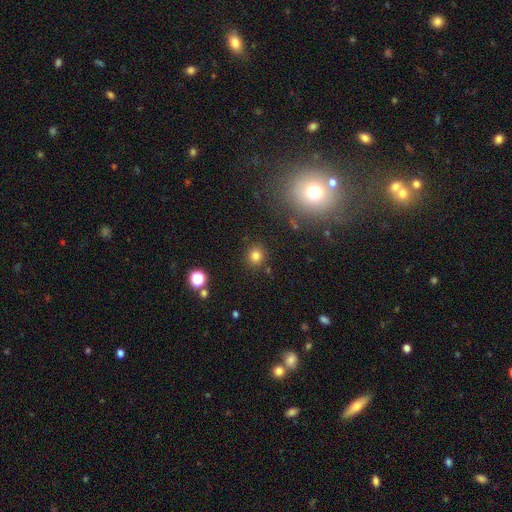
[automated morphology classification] Smooth or featured? smooth (79%)
How rounded? round (87%)
Merging? none (88%)